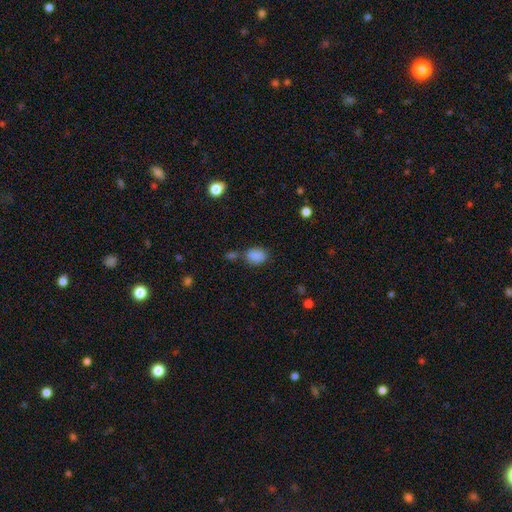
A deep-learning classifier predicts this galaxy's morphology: This appears to be a smooth galaxy with no disk features (85%) that is in between round and cigar-shaped (74%). Merging: none (59%).